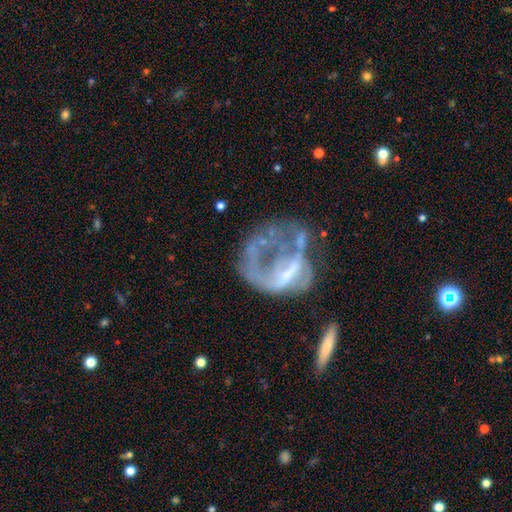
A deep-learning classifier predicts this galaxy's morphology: A featured or disk galaxy (62%) with no bar (65%), no spiral arms (64%) and no central bulge (50%). Merging: major disturbance (45%).